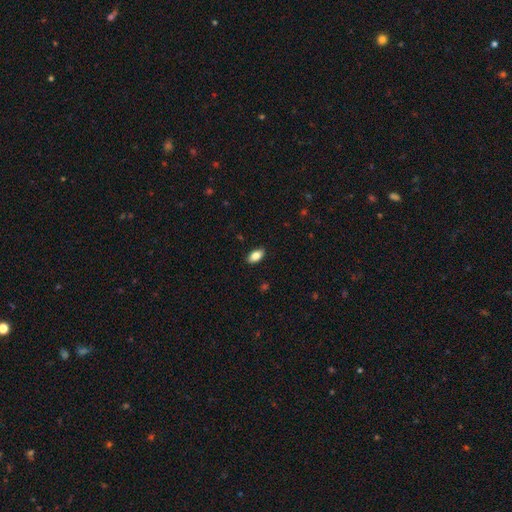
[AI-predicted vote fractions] The model was most divided on "smooth or featured": smooth: 84%, featured or disk: 9%, star or artifact: 7%. More confident: how rounded — in between (91%); merging — none (89%).